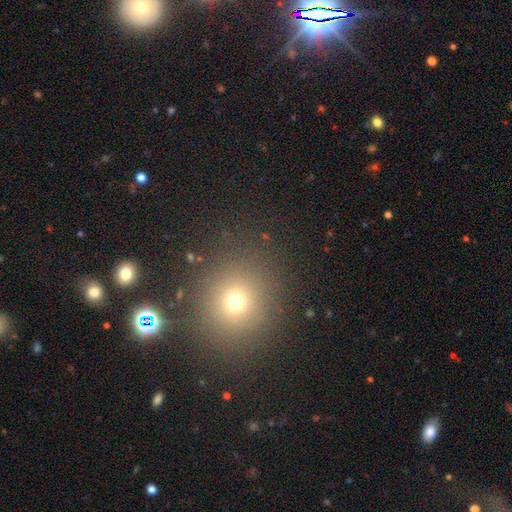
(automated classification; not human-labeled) This appears to be a smooth galaxy with no disk features (55%) that is round (83%). Merging: none (88%).